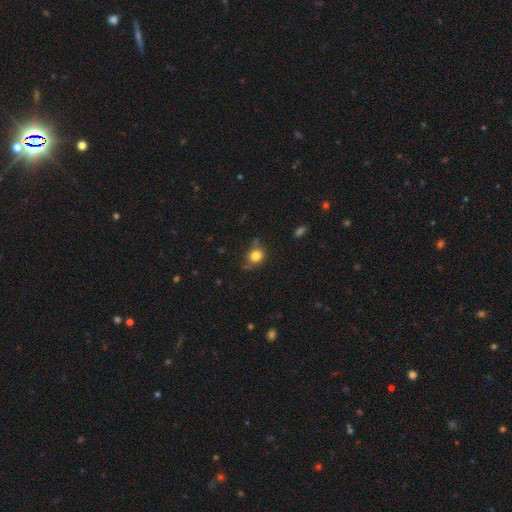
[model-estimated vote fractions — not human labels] This appears to be a smooth galaxy with no disk features (81%) that is round (79%). Merging: none (66%).